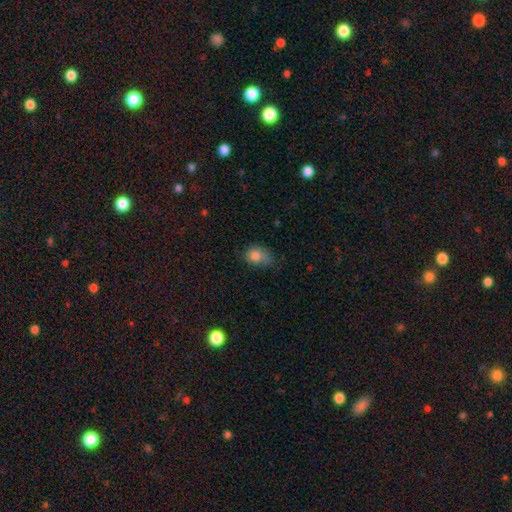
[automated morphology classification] Smooth or featured? smooth (81%)
How rounded? in between (59%)
Merging? none (42%)